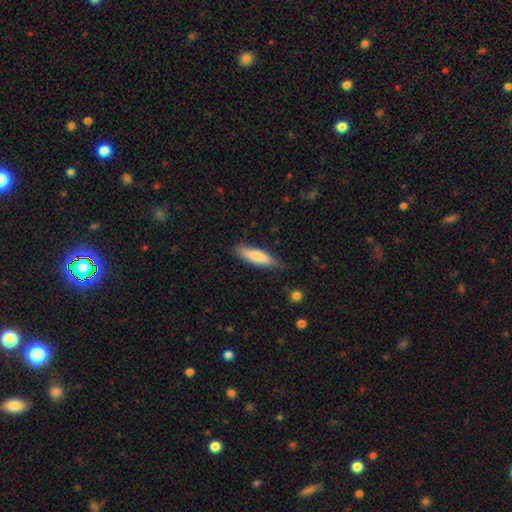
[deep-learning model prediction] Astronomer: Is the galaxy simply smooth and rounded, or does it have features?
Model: smooth — 76%.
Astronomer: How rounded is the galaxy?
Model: cigar-shaped — 60% (runner-up: in between, 38%).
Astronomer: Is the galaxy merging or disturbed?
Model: none — 77%.